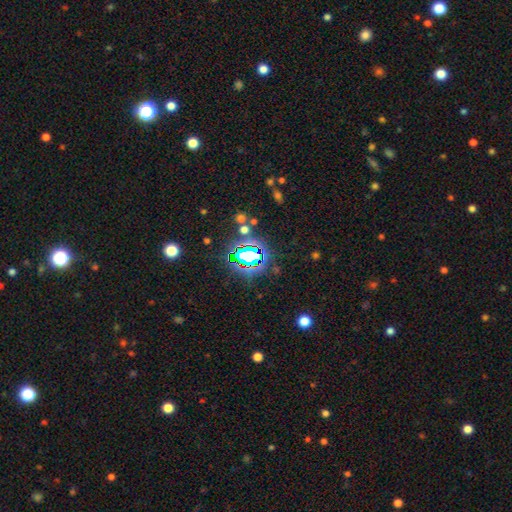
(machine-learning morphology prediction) Overall: star or artifact (81%).